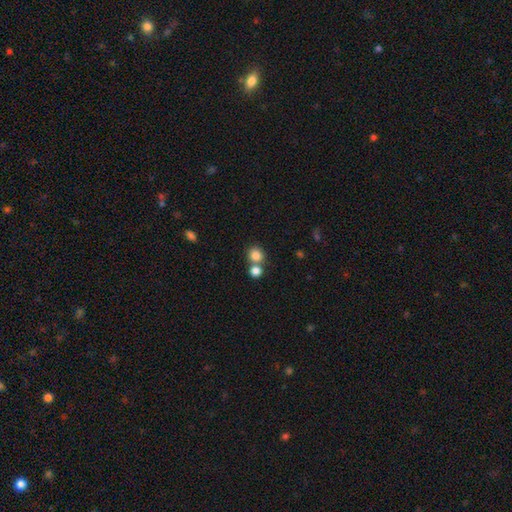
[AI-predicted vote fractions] Smooth or featured? Predicted: smooth (p=0.83). How rounded? Predicted: round (p=0.85). Merging? Predicted: none (p=0.55).